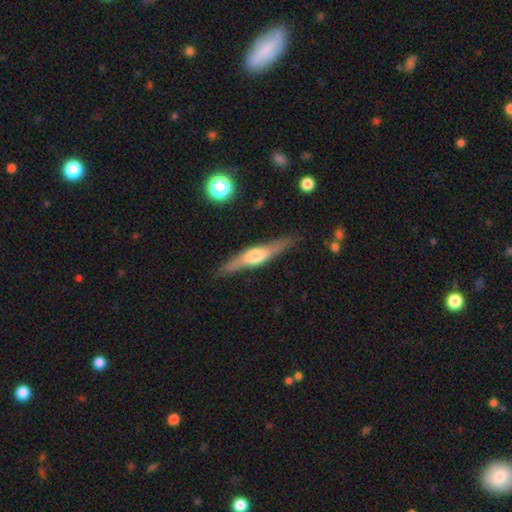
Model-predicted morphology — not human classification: Smooth or featured? Predicted: featured or disk (p=0.65). Edge-on disk? Predicted: yes (p=0.95). Edge-on bulge? Predicted: rounded (p=0.87). Merging? Predicted: none (p=0.86).